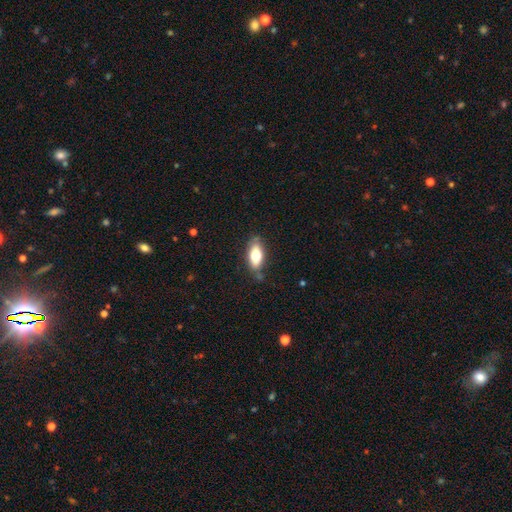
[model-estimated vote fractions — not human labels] Smooth or featured: smooth — 70% (featured or disk — 23%)
How rounded: in between — 82% (cigar-shaped — 15%)
Merging: none — 76% (minor disturbance — 18%)